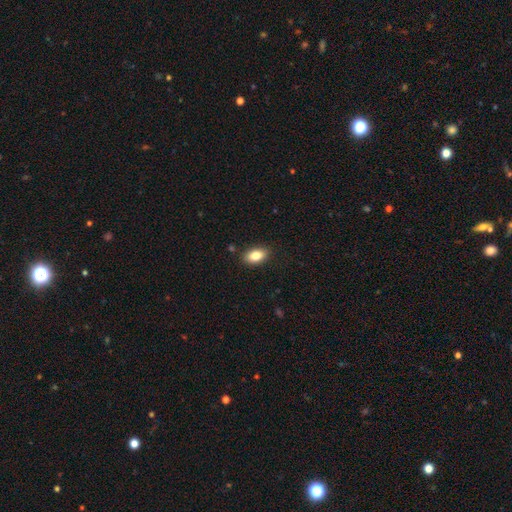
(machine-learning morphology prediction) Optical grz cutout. It shows a smooth galaxy with no disk features (83%) that is in between round and cigar-shaped (91%). Merging: none (87%).